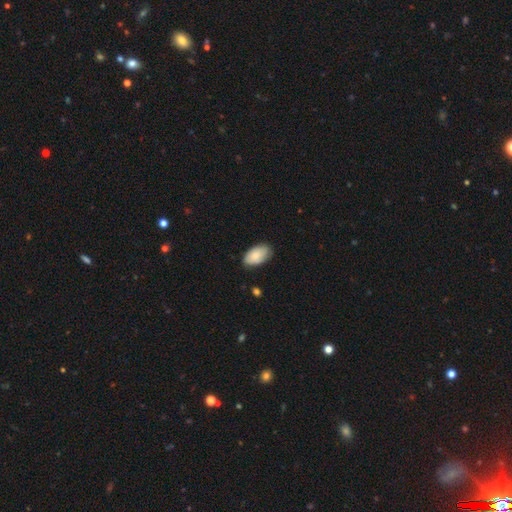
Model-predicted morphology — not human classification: smooth 80%, featured or disk 14%, star or artifact 6%. Down the decision tree: how rounded — in between (94%); merging — none (77%).